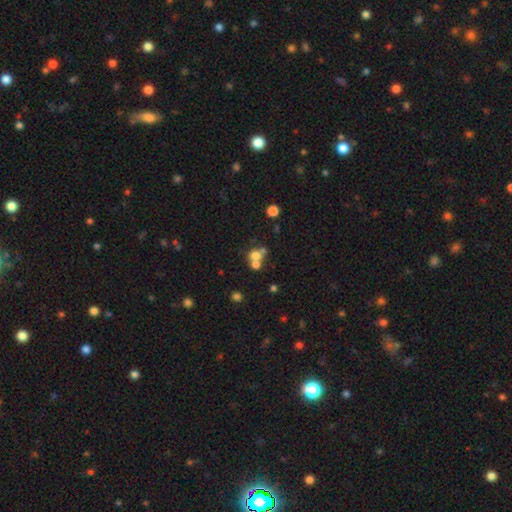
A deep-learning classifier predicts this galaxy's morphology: A smooth galaxy with no disk features (67%) that is round (69%). Merging: merger (56%).